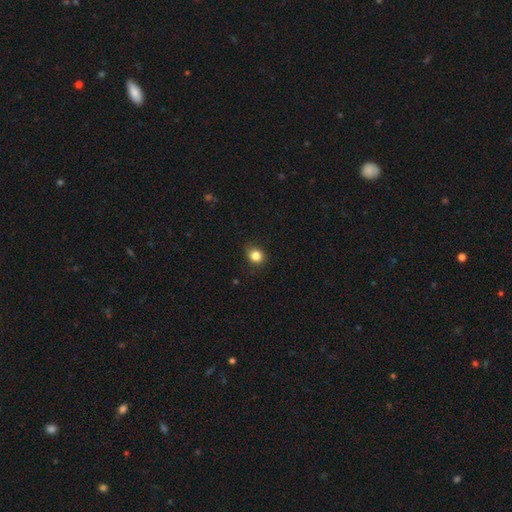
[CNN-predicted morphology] A smooth galaxy with no disk features (84%) that is round (74%).

Vote fractions:
- Smooth or featured? smooth: 84% / star or artifact: 11% / featured or disk: 5%
- How rounded? round: 74% / in between: 25% / cigar-shaped: 1%
- Merging? none: 80% / minor disturbance: 16% / major disturbance: 3% / merger: 1%